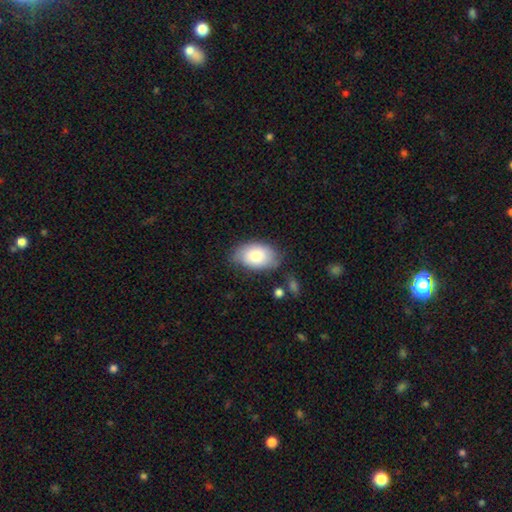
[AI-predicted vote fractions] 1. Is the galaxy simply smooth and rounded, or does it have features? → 76% smooth, 17% featured or disk, 7% star or artifact.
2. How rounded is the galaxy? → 90% in between, 9% round, 1% cigar-shaped.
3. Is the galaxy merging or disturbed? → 66% none, 25% minor disturbance, 6% major disturbance, 3% merger.